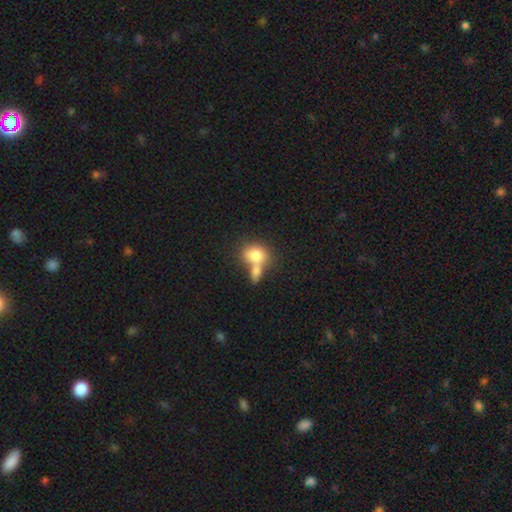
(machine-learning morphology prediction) The model was most divided on "how rounded": in between: 53%, round: 45%, cigar-shaped: 2%. More confident: smooth or featured — smooth (78%); merging — merger (60%).